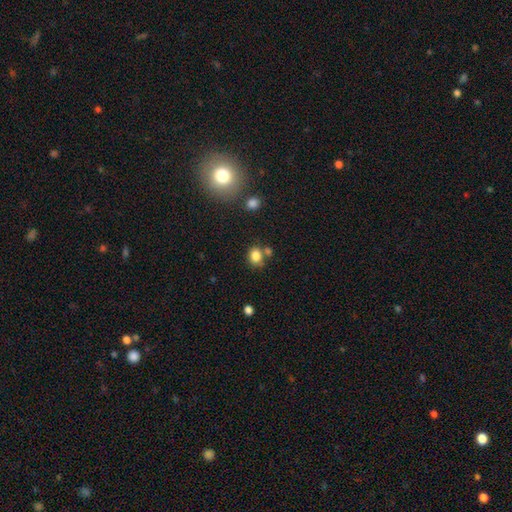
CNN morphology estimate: Smooth or featured?
  - smooth: 82% *
  - star or artifact: 11%
  - featured or disk: 6%
How rounded?
  - round: 52% *
  - in between: 47%
  - cigar-shaped: 1%
Merging?
  - none: 62% *
  - merger: 18%
  - minor disturbance: 15%
  - major disturbance: 5%